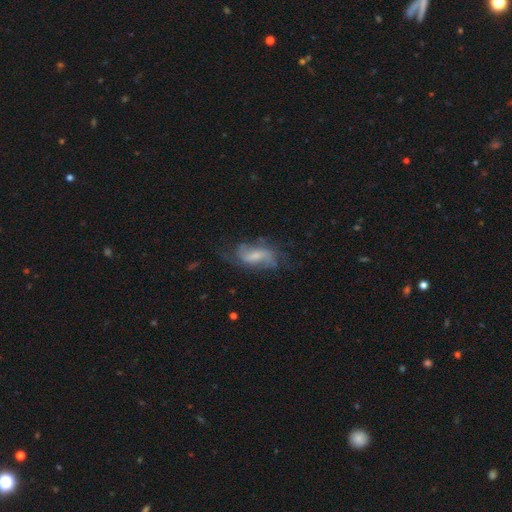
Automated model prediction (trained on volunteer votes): This appears to be a featured or disk galaxy (68%) with a weak bar (47%), 2 (54%) loose (41%) spiral arms (86%) and a small central bulge (47%). Merging: none (56%).